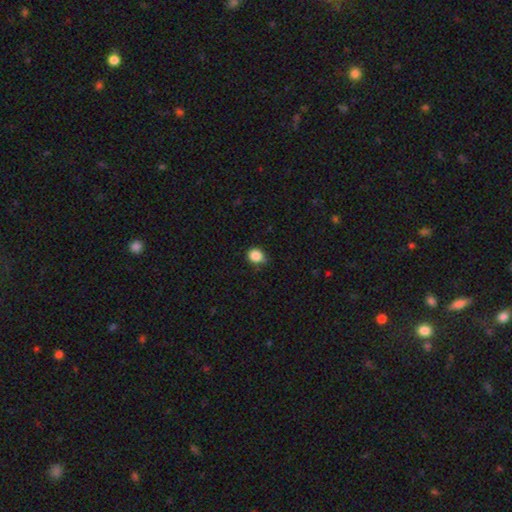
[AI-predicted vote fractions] smooth 86%, star or artifact 10%, featured or disk 4%. Down the decision tree: how rounded — round (68%); merging — none (70%).